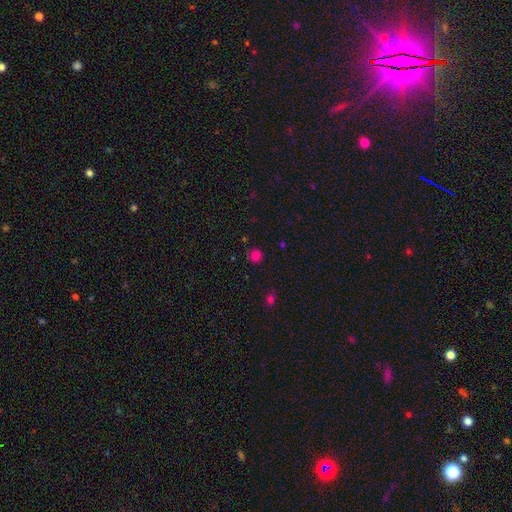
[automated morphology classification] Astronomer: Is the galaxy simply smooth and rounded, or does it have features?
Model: smooth — 79%.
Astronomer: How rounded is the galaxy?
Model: round — 91%.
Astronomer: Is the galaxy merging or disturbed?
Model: none — 87%.